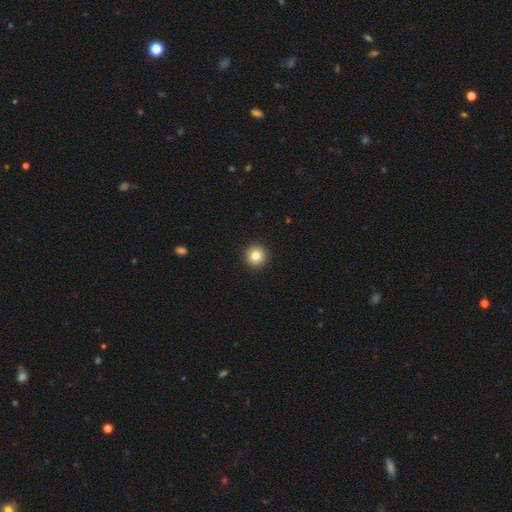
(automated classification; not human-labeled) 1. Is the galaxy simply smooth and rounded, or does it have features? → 84% smooth, 10% star or artifact, 7% featured or disk.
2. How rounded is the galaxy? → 96% round, 3% in between, 1% cigar-shaped.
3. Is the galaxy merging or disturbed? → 94% none, 4% minor disturbance, 1% major disturbance, 1% merger.